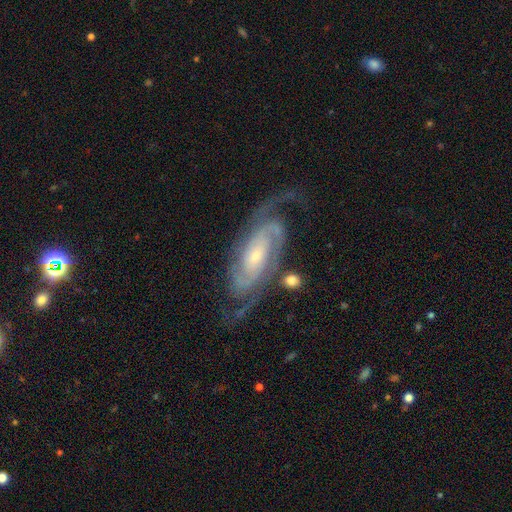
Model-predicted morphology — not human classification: This is clearly a featured or disk galaxy (92%). It is clearly not viewed edge-on (95%). Bar: possibly no (52%). Spiral arm pattern: clearly yes (98%). Spiral arm count: likely 2 (67%). Spiral winding: likely tight (60%). Central bulge: likely small (63%). Merging: likely none (73%).